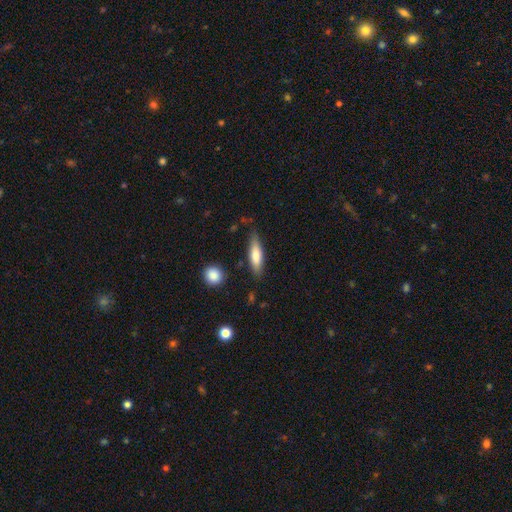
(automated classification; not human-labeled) Smooth or featured? Predicted: smooth (p=0.75). How rounded? Predicted: cigar-shaped (p=0.60). Merging? Predicted: none (p=0.78).